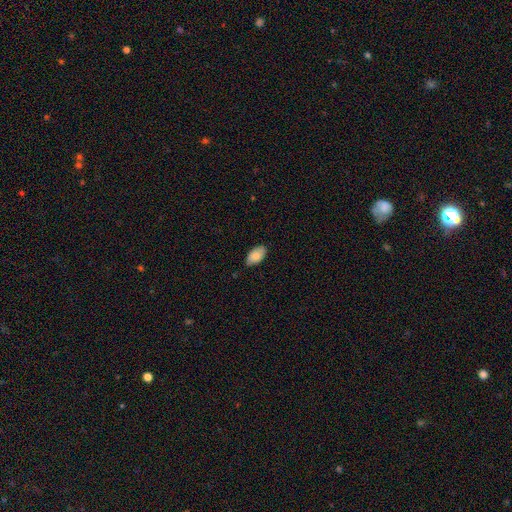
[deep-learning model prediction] smooth_or_featured: smooth (p=0.84) [alt: featured or disk p=0.09]
how_rounded: in between (p=0.95) [alt: round p=0.03]
merging: none (p=0.81) [alt: minor disturbance p=0.16]